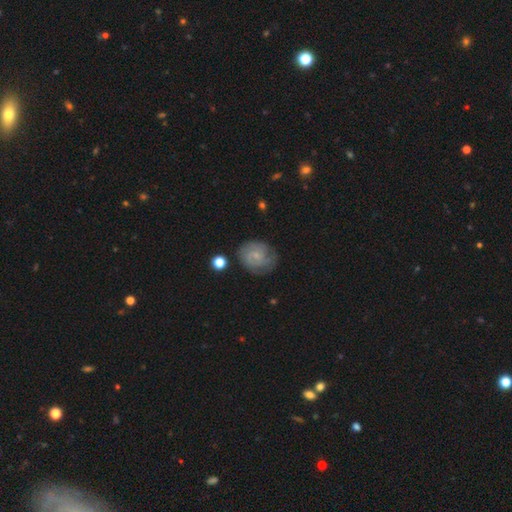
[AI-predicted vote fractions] This appears to be a featured or disk galaxy (63%) with no bar (57%), 2 (41%) tight (58%) spiral arms (88%) and a small central bulge (64%). Merging: none (70%).